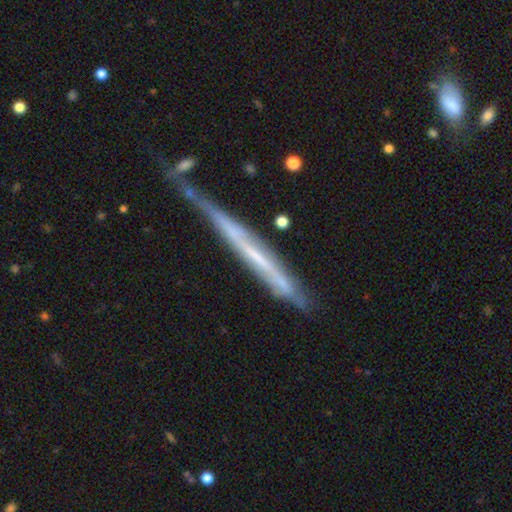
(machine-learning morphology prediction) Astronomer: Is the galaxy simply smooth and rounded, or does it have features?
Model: featured or disk — 66%.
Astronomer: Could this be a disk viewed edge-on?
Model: yes — 90%.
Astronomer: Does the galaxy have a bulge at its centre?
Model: none — 85%.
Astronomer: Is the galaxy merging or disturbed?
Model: none — 53% (runner-up: minor disturbance, 30%).